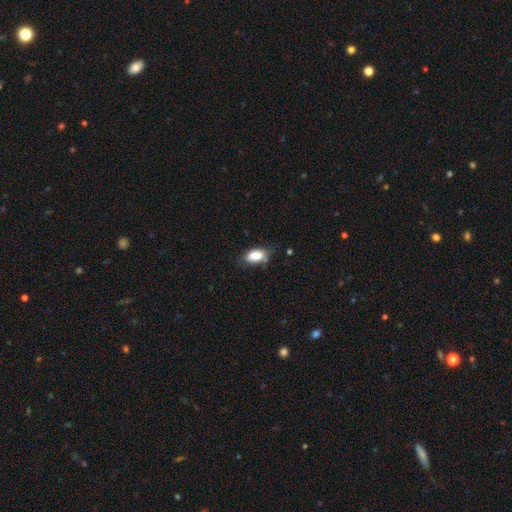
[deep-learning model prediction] smooth_or_featured: smooth (p=0.84) [alt: star or artifact p=0.08]
how_rounded: in between (p=0.90) [alt: round p=0.06]
merging: none (p=0.64) [alt: minor disturbance p=0.26]